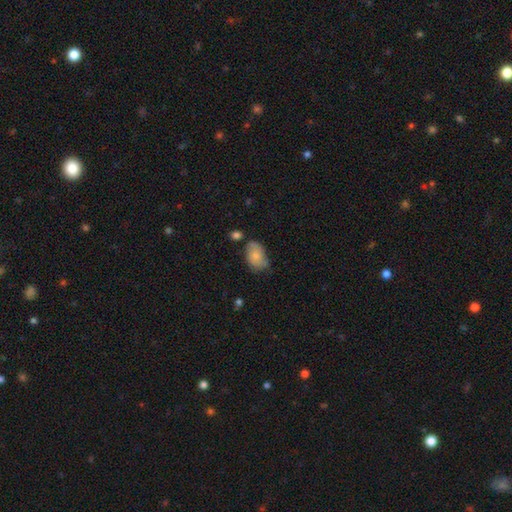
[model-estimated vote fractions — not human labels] Smooth or featured?
  - smooth: 72% *
  - featured or disk: 20%
  - star or artifact: 7%
How rounded?
  - in between: 84% *
  - round: 14%
  - cigar-shaped: 1%
Merging?
  - none: 55% *
  - minor disturbance: 31%
  - major disturbance: 8%
  - merger: 7%